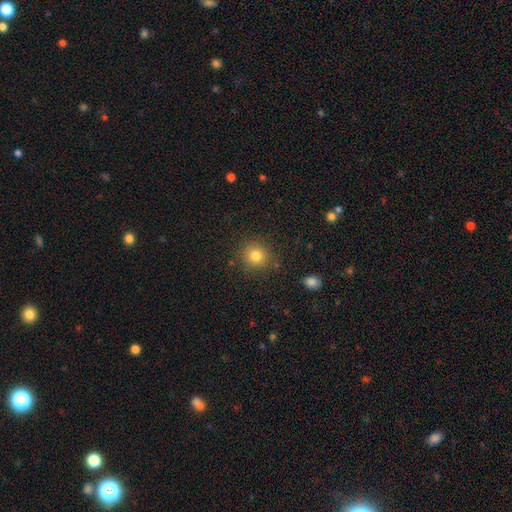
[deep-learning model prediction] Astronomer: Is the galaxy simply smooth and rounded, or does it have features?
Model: smooth — 81%.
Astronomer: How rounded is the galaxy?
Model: round — 88%.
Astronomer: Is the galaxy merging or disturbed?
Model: none — 85%.